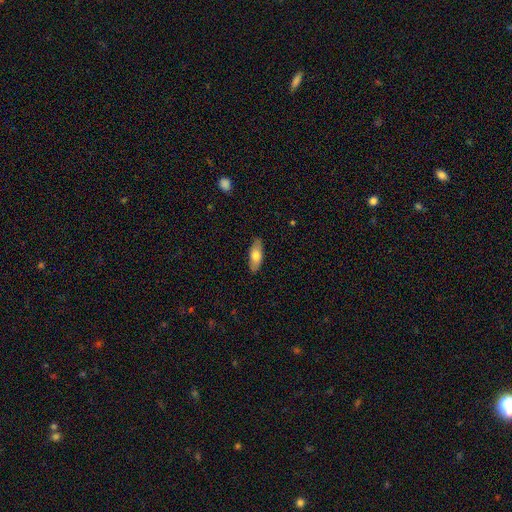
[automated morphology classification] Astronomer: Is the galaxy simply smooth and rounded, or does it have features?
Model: smooth — 70%.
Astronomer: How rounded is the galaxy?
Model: in between — 72%.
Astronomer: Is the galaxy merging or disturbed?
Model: none — 87%.